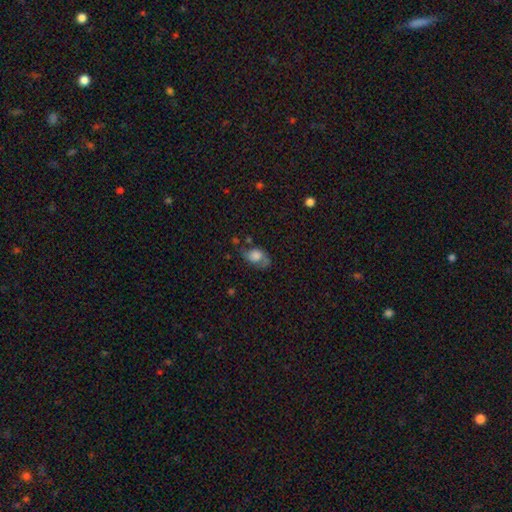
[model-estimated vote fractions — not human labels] Q: Smooth or featured?
A: smooth (58%); runner-up: featured or disk (32%)
Q: How rounded?
A: in between (81%); runner-up: round (17%)
Q: Merging?
A: none (47%); runner-up: minor disturbance (30%)